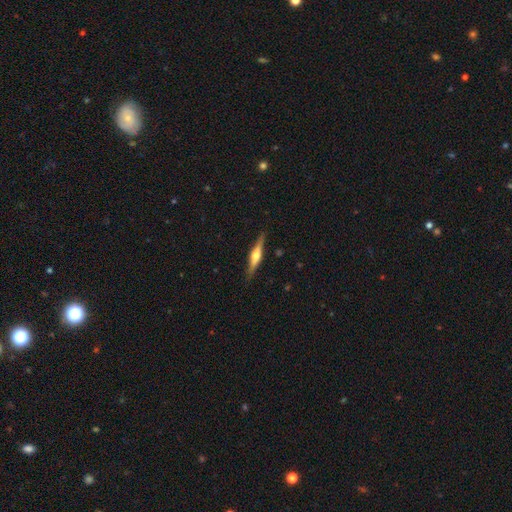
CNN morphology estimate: Overall: featured or disk (69%). Edge-on disk: yes (97%). Edge-on bulge: rounded (91%). Merging: none (88%).